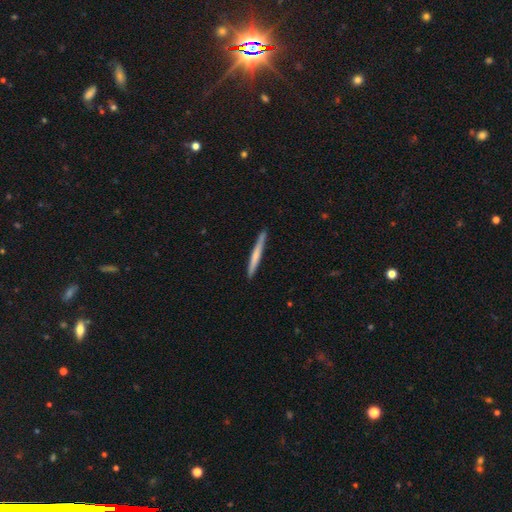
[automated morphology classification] Smooth or featured?
  - smooth: 55% *
  - featured or disk: 40%
  - star or artifact: 5%
How rounded?
  - cigar-shaped: 97% *
  - in between: 2%
  - round: 1%
Merging?
  - none: 90% *
  - minor disturbance: 7%
  - major disturbance: 1%
  - merger: 1%